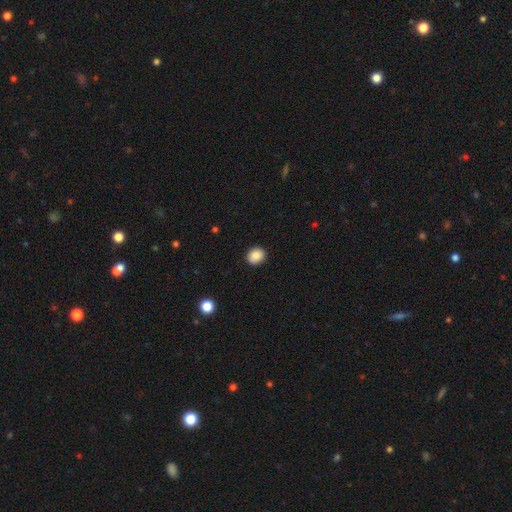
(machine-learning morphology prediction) Smooth or featured?
  - smooth: 88% *
  - star or artifact: 9%
  - featured or disk: 3%
How rounded?
  - round: 75% *
  - in between: 24%
  - cigar-shaped: 1%
Merging?
  - none: 91% *
  - minor disturbance: 6%
  - major disturbance: 2%
  - merger: 1%